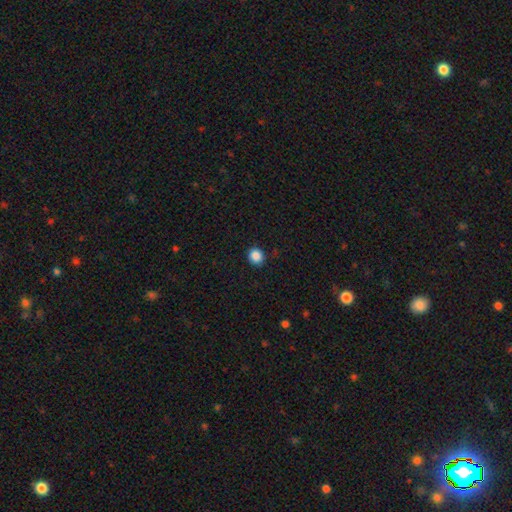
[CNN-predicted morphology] Smooth or featured? smooth (87%)
How rounded? round (86%)
Merging? none (90%)